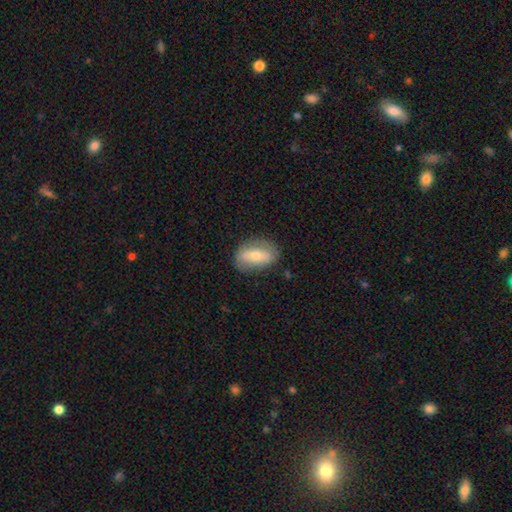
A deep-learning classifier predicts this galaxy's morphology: This appears to be a smooth galaxy with no disk features (54%) that is in between round and cigar-shaped (85%). Merging: none (79%).